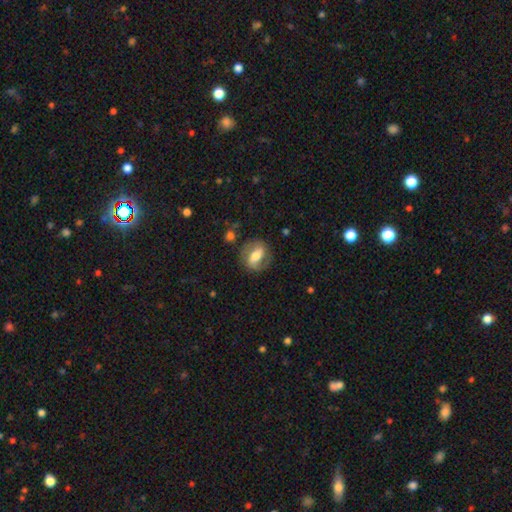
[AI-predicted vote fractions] Smooth or featured?
  - featured or disk: 58% *
  - smooth: 35%
  - star or artifact: 6%
Edge-on disk?
  - no: 93% *
  - yes: 7%
Bar?
  - strong: 47% *
  - weak: 32%
  - no: 20%
Spiral arms?
  - yes: 72% *
  - no: 28%
Bulge size?
  - moderate: 58% *
  - large: 21%
  - small: 17%
  - dominant: 2%
  - none: 2%
Merging?
  - none: 77% *
  - minor disturbance: 14%
  - major disturbance: 7%
  - merger: 2%